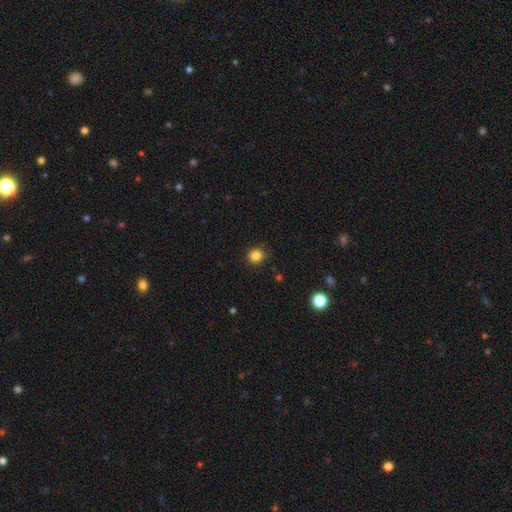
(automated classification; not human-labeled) The model was most divided on "smooth or featured": smooth: 84%, star or artifact: 12%, featured or disk: 4%. More confident: how rounded — round (89%); merging — none (86%).